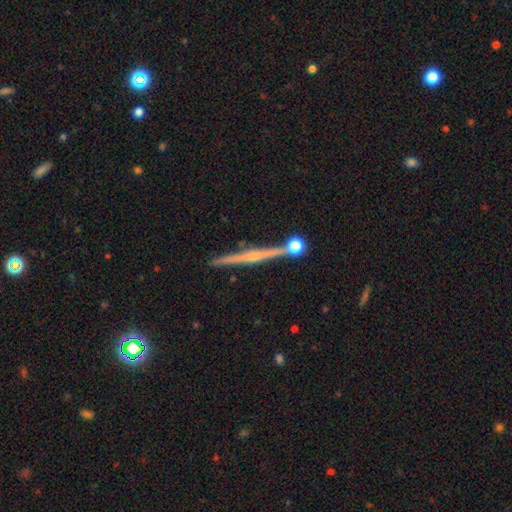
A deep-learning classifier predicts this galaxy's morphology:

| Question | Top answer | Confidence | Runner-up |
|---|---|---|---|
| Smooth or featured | featured or disk | 72% | smooth (21%) |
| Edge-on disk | yes | 98% | no (2%) |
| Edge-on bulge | rounded | 55% | none (33%) |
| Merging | none | 83% | minor disturbance (8%) |